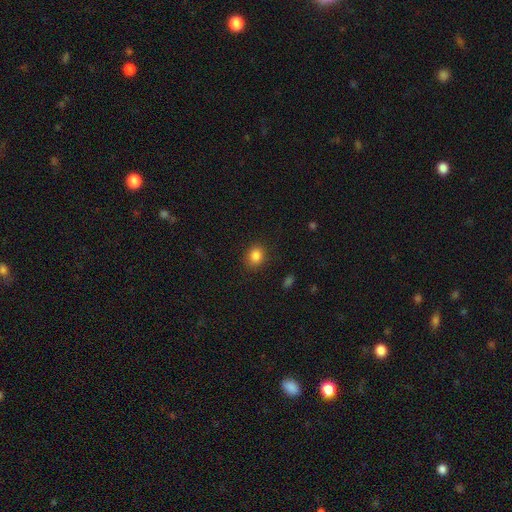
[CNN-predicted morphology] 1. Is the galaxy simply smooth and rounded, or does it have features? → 85% smooth, 11% star or artifact, 4% featured or disk.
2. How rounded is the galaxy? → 60% round, 39% in between, 1% cigar-shaped.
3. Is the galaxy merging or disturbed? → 86% none, 10% minor disturbance, 3% major disturbance, 1% merger.